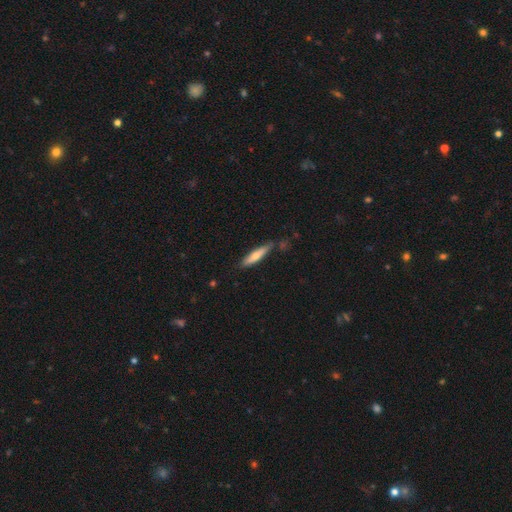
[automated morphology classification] Smooth or featured? Predicted: smooth (p=0.65). How rounded? Predicted: cigar-shaped (p=0.85). Merging? Predicted: none (p=0.75).